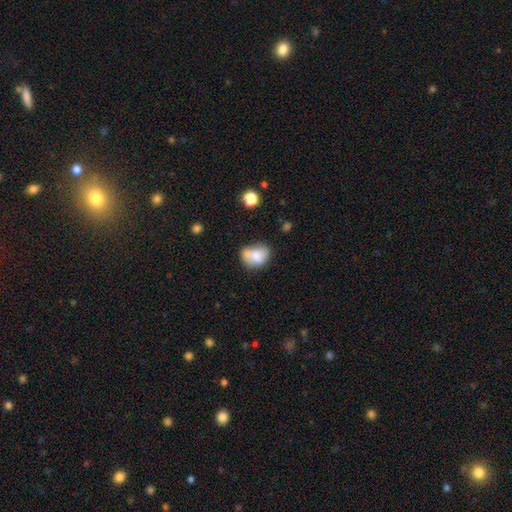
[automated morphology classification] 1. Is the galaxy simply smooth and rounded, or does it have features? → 74% smooth, 17% featured or disk, 9% star or artifact.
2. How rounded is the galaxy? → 59% in between, 40% round, 1% cigar-shaped.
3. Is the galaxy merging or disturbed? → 39% none, 27% minor disturbance, 23% merger, 11% major disturbance.